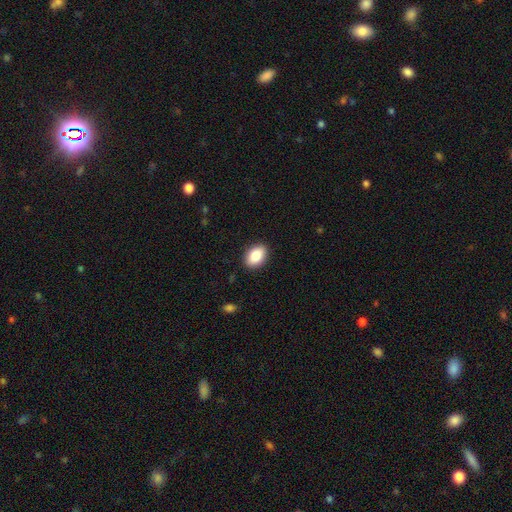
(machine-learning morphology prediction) Smooth or featured: smooth — 86% (star or artifact — 7%)
How rounded: in between — 85% (round — 14%)
Merging: none — 90% (minor disturbance — 8%)